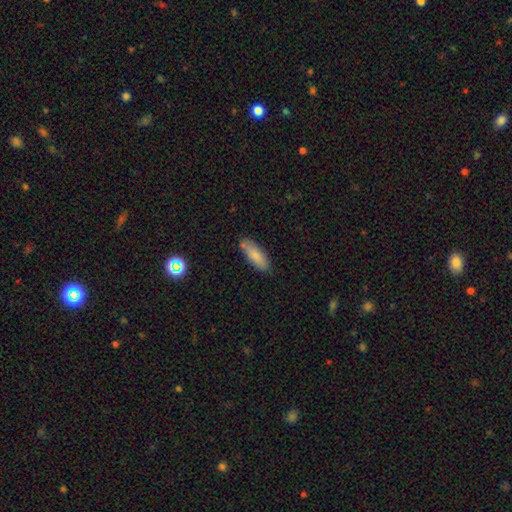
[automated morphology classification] type=smooth (83%); roundness=in between (65%); merging=none (77%).